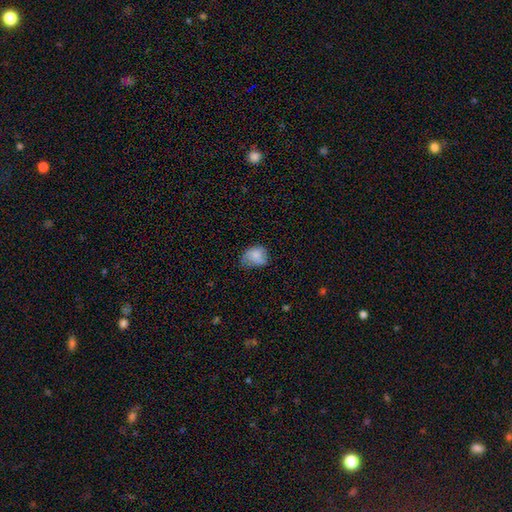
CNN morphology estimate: smooth-or-featured: smooth: 78% | featured or disk: 13% | star or artifact: 9%
  how-rounded: in between: 50% | round: 49% | cigar-shaped: 1%
  merging: none: 46% | minor disturbance: 39% | major disturbance: 14% | merger: 2%